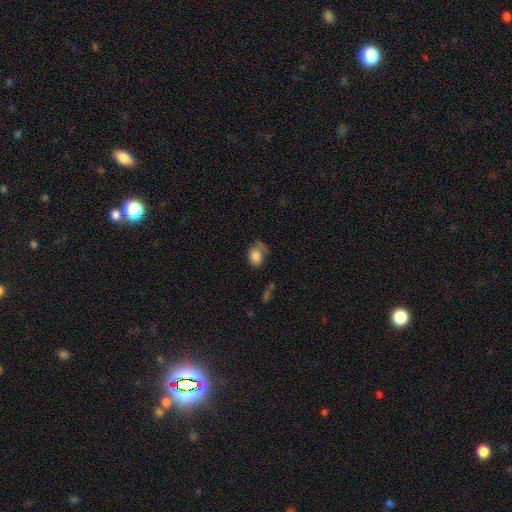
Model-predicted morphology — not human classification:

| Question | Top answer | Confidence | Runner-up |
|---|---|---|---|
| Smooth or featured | smooth | 81% | featured or disk (10%) |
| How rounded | in between | 65% | round (34%) |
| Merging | none | 44% | minor disturbance (29%) |